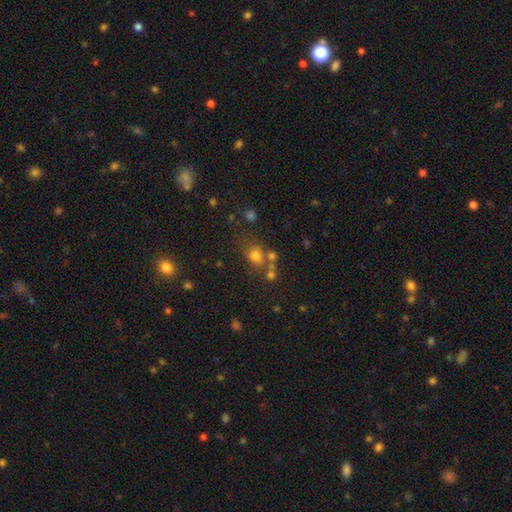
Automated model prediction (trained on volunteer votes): Morphology: type=smooth (71%); roundness=round (65%); merging=none (58%).